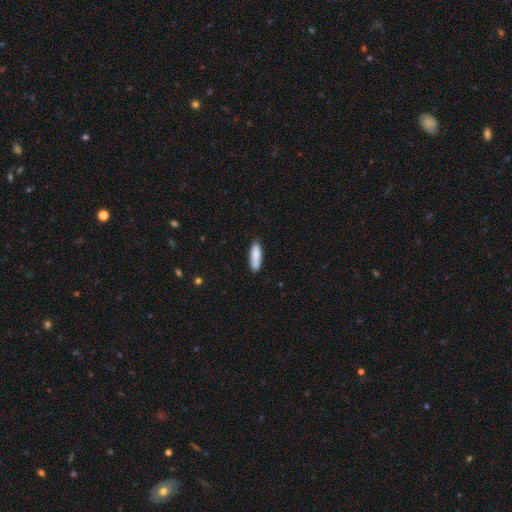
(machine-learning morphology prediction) smooth 85%, featured or disk 9%, star or artifact 6%. Down the decision tree: how rounded — cigar-shaped (56%); merging — none (80%).